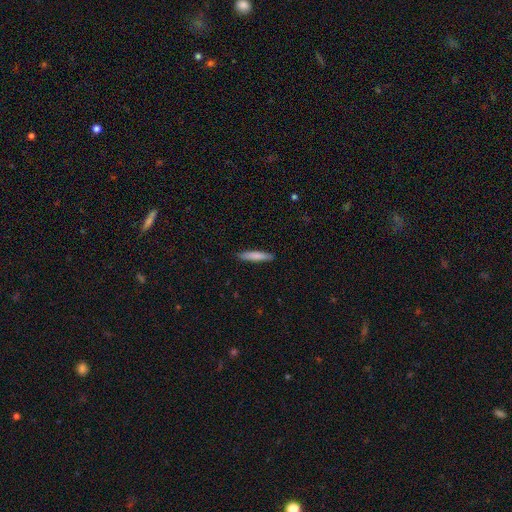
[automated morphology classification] A smooth galaxy with no disk features (79%) that is cigar-shaped (90%).

Vote fractions:
- Smooth or featured? smooth: 79% / featured or disk: 16% / star or artifact: 5%
- How rounded? cigar-shaped: 90% / in between: 9% / round: 1%
- Merging? none: 90% / minor disturbance: 7% / major disturbance: 1% / merger: 1%